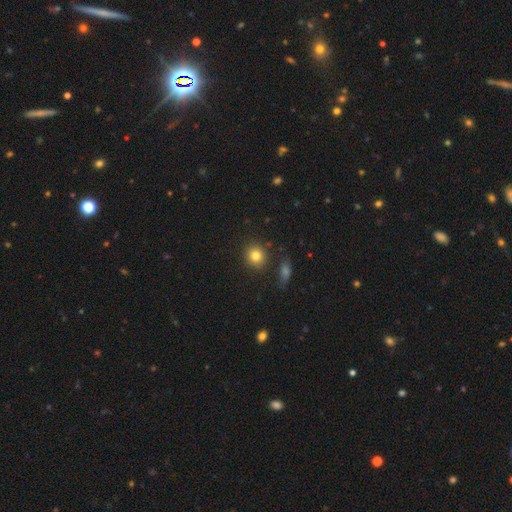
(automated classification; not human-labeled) A smooth galaxy with no disk features (82%) that is round (83%).

Vote fractions:
- Smooth or featured? smooth: 82% / star or artifact: 11% / featured or disk: 7%
- How rounded? round: 83% / in between: 16% / cigar-shaped: 1%
- Merging? none: 83% / minor disturbance: 9% / merger: 5% / major disturbance: 3%